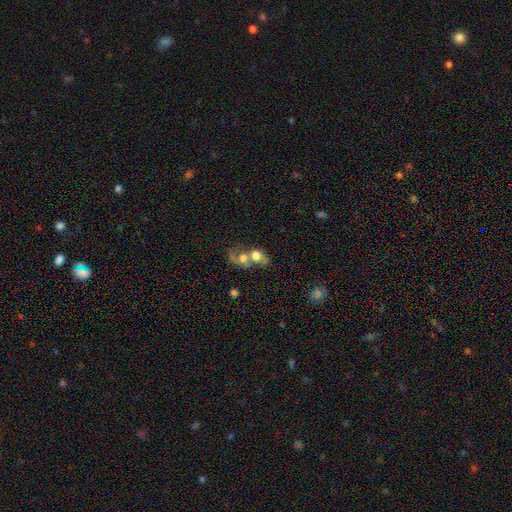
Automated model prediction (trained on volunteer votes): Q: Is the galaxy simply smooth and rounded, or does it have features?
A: smooth — 57%.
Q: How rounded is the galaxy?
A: in between — 55%.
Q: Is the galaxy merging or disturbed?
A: merger — 75%.